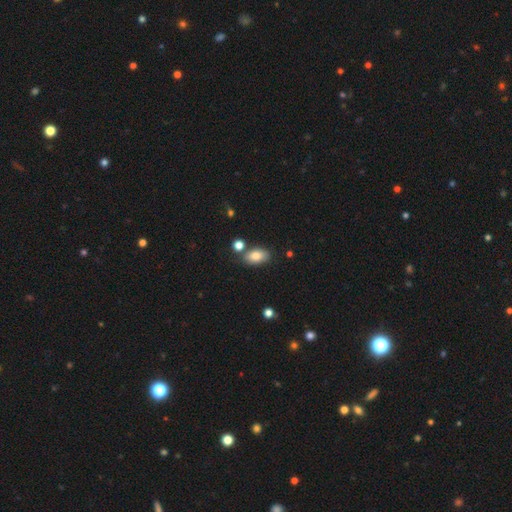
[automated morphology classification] This is clearly a smooth galaxy (82%). How rounded: clearly in between (91%). Merging: likely none (74%).